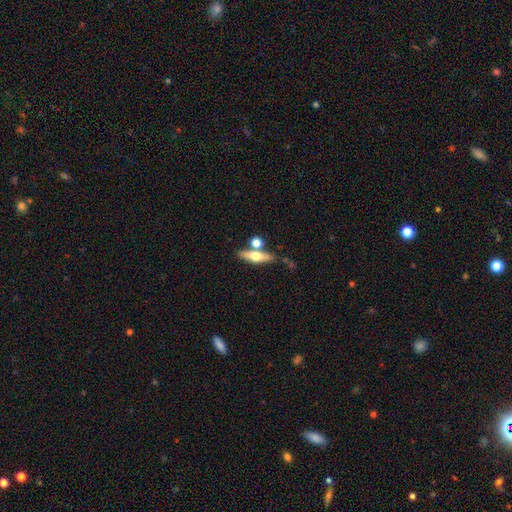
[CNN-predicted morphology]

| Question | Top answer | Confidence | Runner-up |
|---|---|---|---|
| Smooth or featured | featured or disk | 48% | smooth (45%) |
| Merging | none | 65% | merger (20%) |